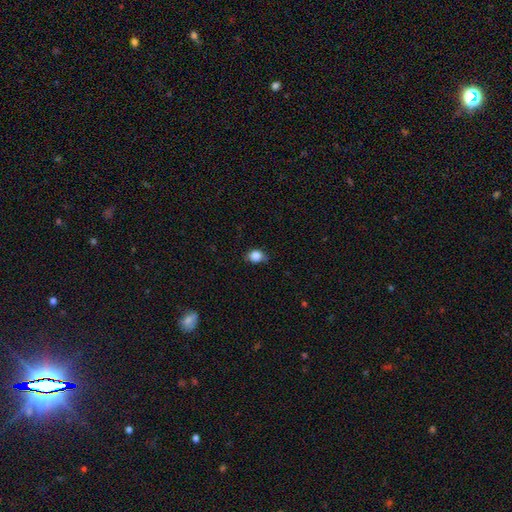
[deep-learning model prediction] Smooth or featured?
  - smooth: 85% *
  - star or artifact: 9%
  - featured or disk: 6%
How rounded?
  - round: 56% *
  - in between: 43%
  - cigar-shaped: 1%
Merging?
  - none: 65% *
  - minor disturbance: 28%
  - major disturbance: 5%
  - merger: 1%